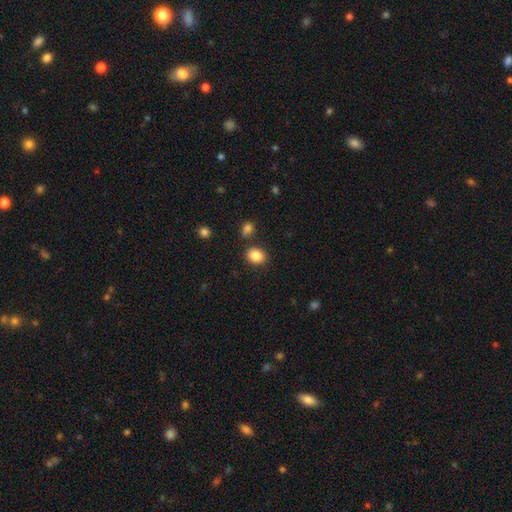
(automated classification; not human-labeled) smooth-or-featured: smooth: 86% | star or artifact: 9% | featured or disk: 5%
  how-rounded: in between: 50% | round: 49% | cigar-shaped: 1%
  merging: none: 80% | minor disturbance: 10% | merger: 7% | major disturbance: 3%